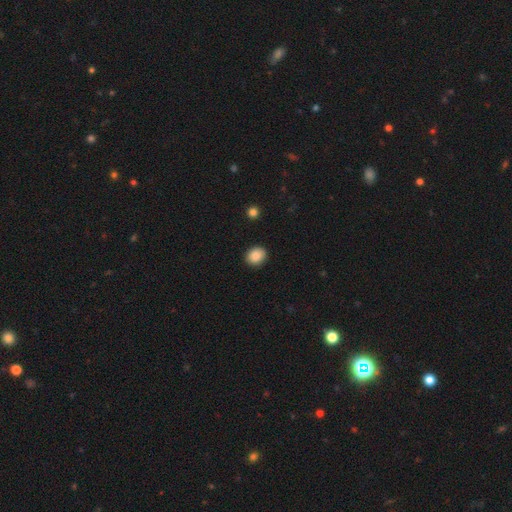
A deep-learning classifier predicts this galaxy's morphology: Smooth or featured?
  - smooth: 88% *
  - star or artifact: 8%
  - featured or disk: 4%
How rounded?
  - round: 65% *
  - in between: 34%
  - cigar-shaped: 1%
Merging?
  - none: 91% *
  - minor disturbance: 6%
  - major disturbance: 2%
  - merger: 1%